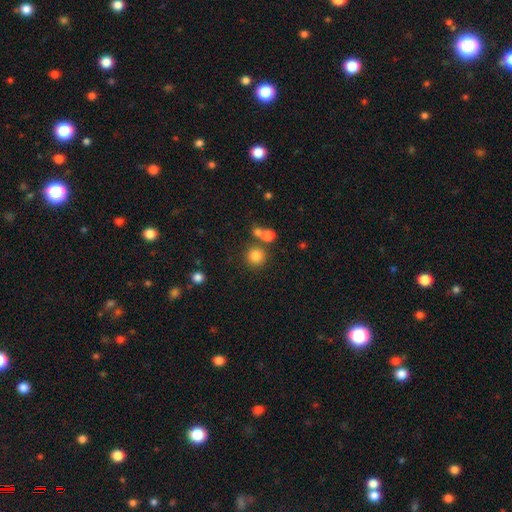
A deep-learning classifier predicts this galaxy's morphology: A smooth galaxy with no disk features (81%) that is round (91%).

Vote fractions:
- Smooth or featured? smooth: 81% / star or artifact: 13% / featured or disk: 7%
- How rounded? round: 91% / in between: 8% / cigar-shaped: 1%
- Merging? none: 72% / merger: 16% / minor disturbance: 8% / major disturbance: 4%